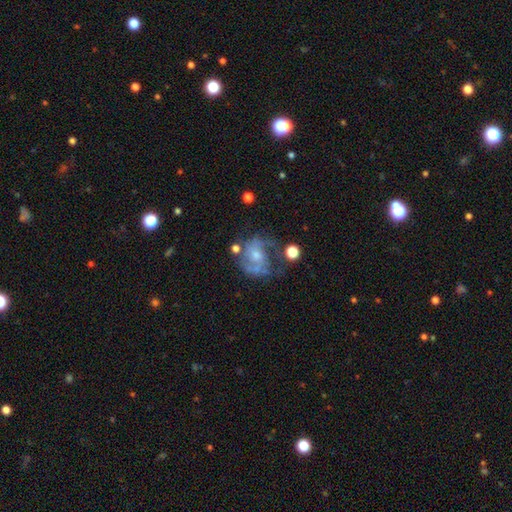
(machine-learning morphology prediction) Smooth or featured? Predicted: featured or disk (p=0.71). Edge-on disk? Predicted: no (p=0.98). Bar? Predicted: no (p=0.71). Spiral arms? Predicted: yes (p=0.78). Spiral winding? Predicted: medium (p=0.46). Spiral arm count? Predicted: 2 (p=0.56). Bulge size? Predicted: small (p=0.45, tied with moderate). Merging? Predicted: none (p=0.42).